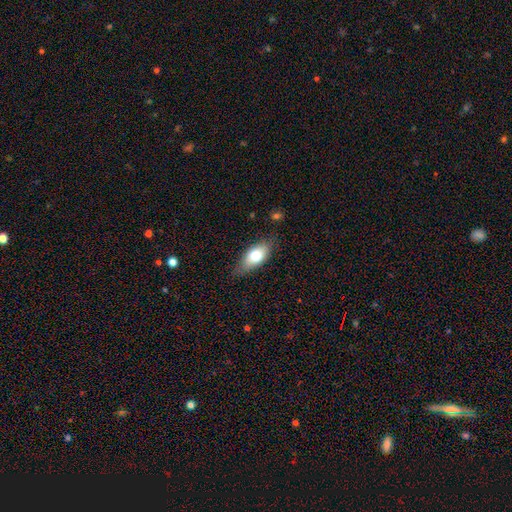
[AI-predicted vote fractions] The model was most divided on "merging": none: 74%, minor disturbance: 21%, major disturbance: 4%, merger: 1%. More confident: how rounded — in between (87%); smooth or featured — smooth (73%).